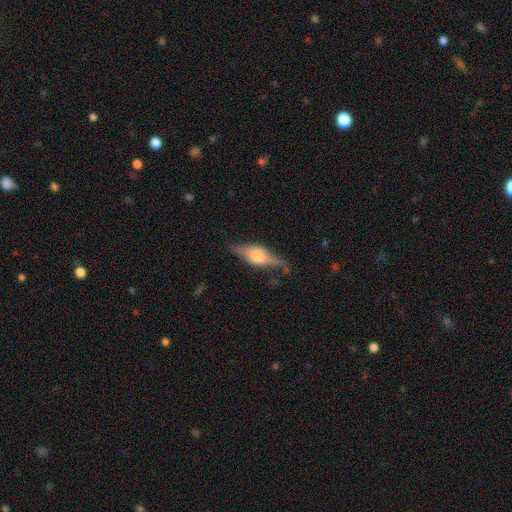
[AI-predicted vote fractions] Smooth or featured? featured or disk (72%)
Edge-on disk? yes (93%)
Edge-on bulge? rounded (87%)
Merging? none (77%)